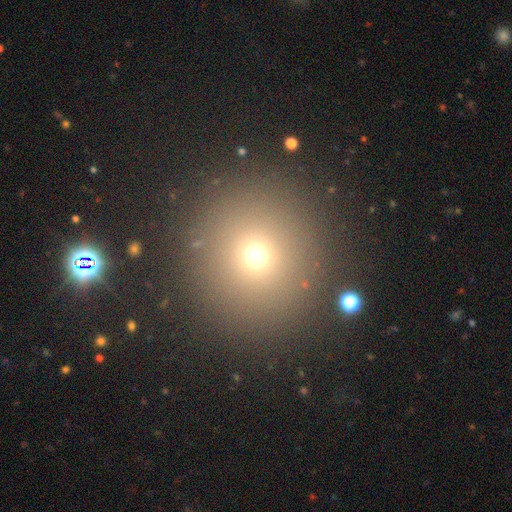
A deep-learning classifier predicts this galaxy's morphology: Smooth or featured? smooth (67%)
How rounded? round (95%)
Merging? none (89%)